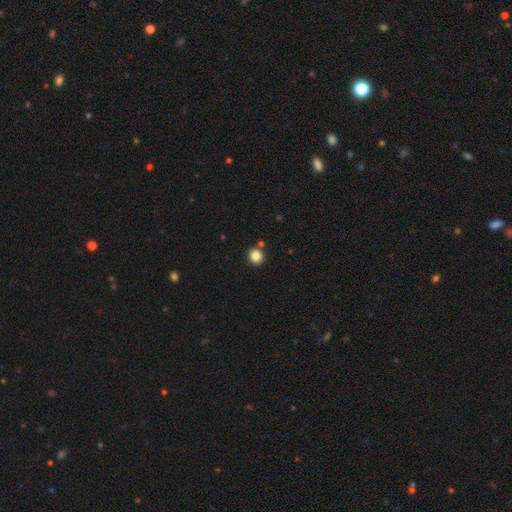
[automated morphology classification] smooth 85%, star or artifact 11%, featured or disk 4%. Down the decision tree: how rounded — round (78%); merging — none (83%).